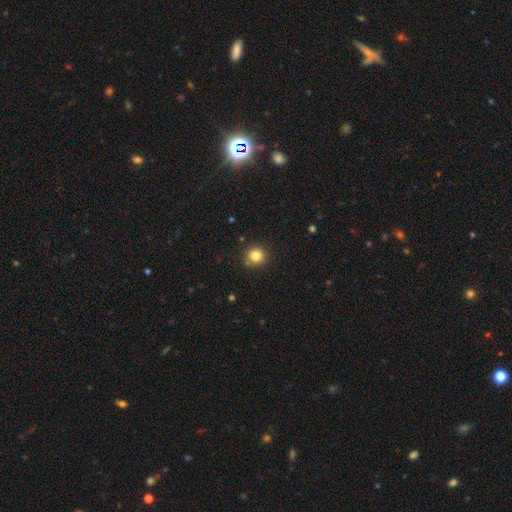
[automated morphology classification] Smooth or featured? Predicted: smooth (p=0.83). How rounded? Predicted: round (p=0.90). Merging? Predicted: none (p=0.87).